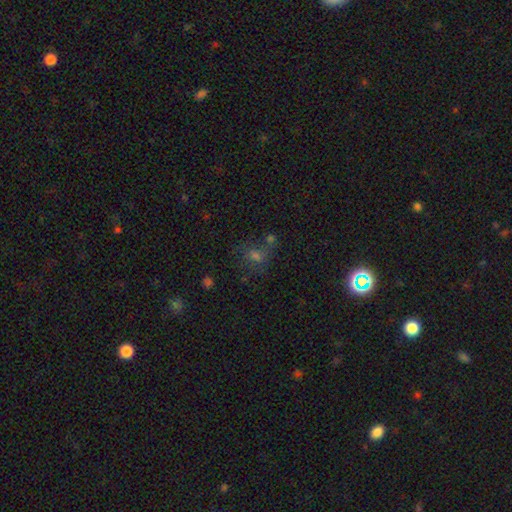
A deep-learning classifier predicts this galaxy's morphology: Overall: smooth (49%; star or artifact 33%). Merging: none (51%; merger 22%).